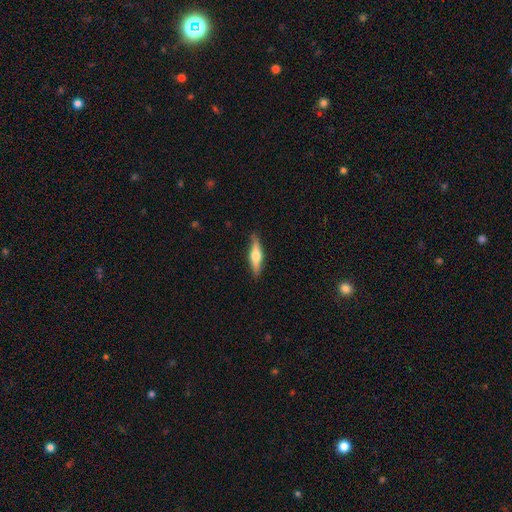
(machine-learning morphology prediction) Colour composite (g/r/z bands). It shows a featured or disk galaxy (52%) viewed edge-on (94%). Merging: none (86%).